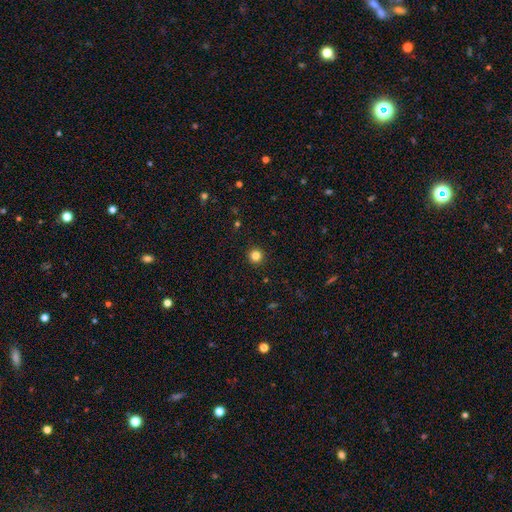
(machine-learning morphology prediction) smooth-or-featured: smooth: 84% | star or artifact: 12% | featured or disk: 4%
  how-rounded: round: 96% | in between: 3% | cigar-shaped: 1%
  merging: none: 93% | minor disturbance: 4% | major disturbance: 2% | merger: 1%